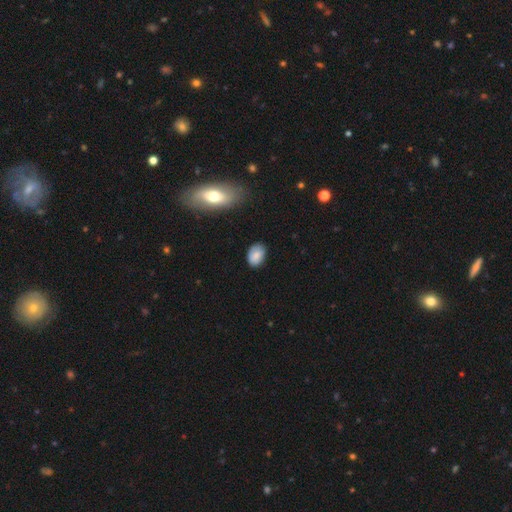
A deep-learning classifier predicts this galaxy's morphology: smooth 81%, featured or disk 11%, star or artifact 8%. Down the decision tree: how rounded — in between (83%); merging — none (78%).